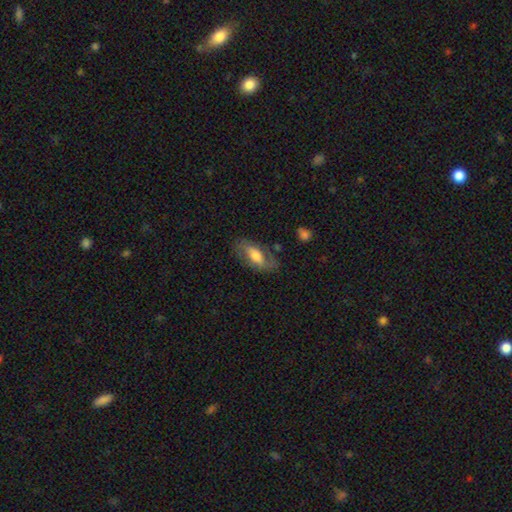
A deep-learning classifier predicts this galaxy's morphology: This appears to be a smooth galaxy with no disk features (47%). Merging: none (70%).